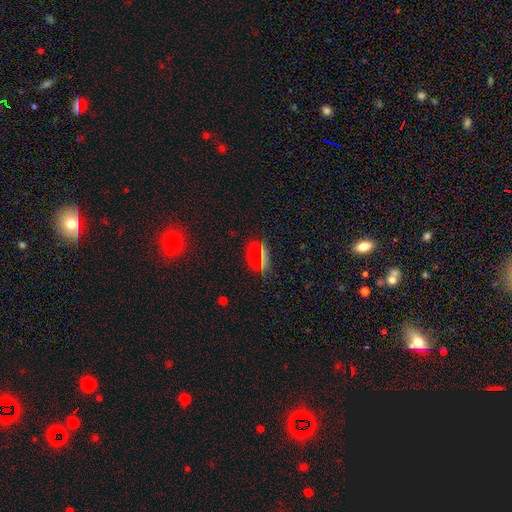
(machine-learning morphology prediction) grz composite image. It shows a smooth galaxy with no disk features (68%) that is in between round and cigar-shaped (63%). Merging: none (78%).